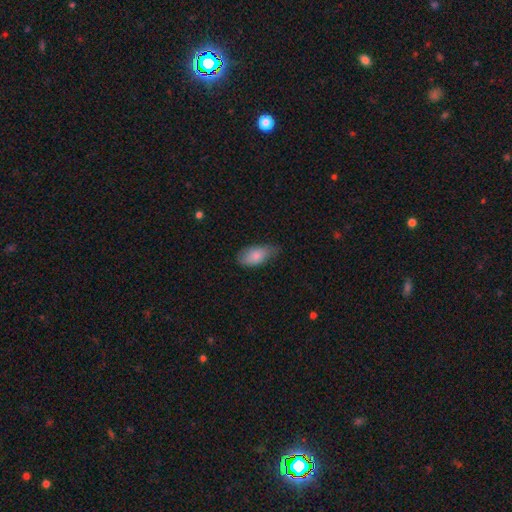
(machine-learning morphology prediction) The model was most divided on "merging": none: 61%, minor disturbance: 32%, major disturbance: 6%, merger: 1%. More confident: how rounded — in between (92%); smooth or featured — smooth (83%).